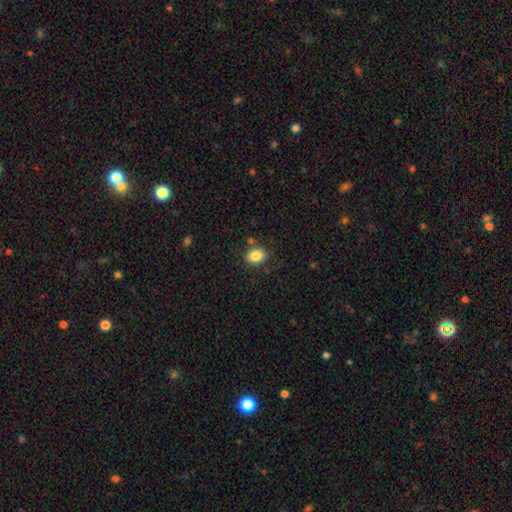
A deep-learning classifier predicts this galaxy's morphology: smooth-or-featured: smooth: 84% | star or artifact: 9% | featured or disk: 7%
  how-rounded: in between: 64% | round: 35% | cigar-shaped: 1%
  merging: none: 81% | minor disturbance: 11% | merger: 5% | major disturbance: 3%